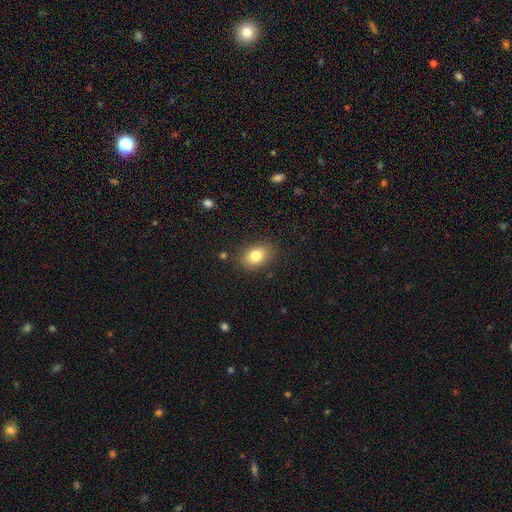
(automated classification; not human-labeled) smooth-or-featured: smooth: 81% | featured or disk: 10% | star or artifact: 9%
  how-rounded: in between: 79% | round: 19% | cigar-shaped: 1%
  merging: none: 84% | minor disturbance: 11% | major disturbance: 3% | merger: 2%